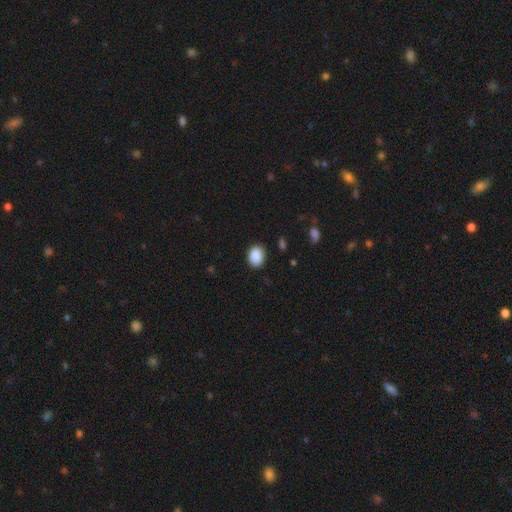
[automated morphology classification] Q: Smooth or featured?
A: smooth (89%); runner-up: star or artifact (8%)
Q: How rounded?
A: in between (66%); runner-up: round (33%)
Q: Merging?
A: none (84%); runner-up: minor disturbance (12%)